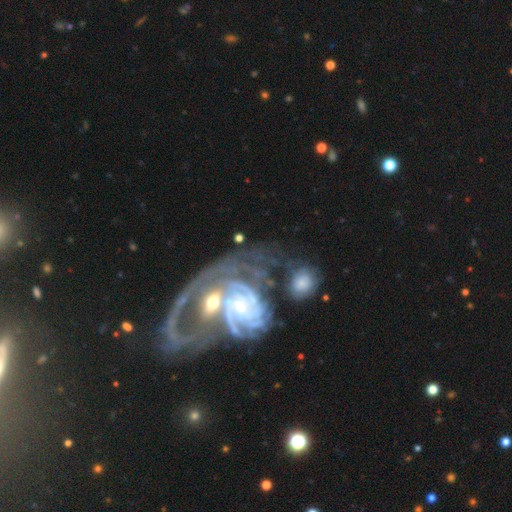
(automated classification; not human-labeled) smooth-or-featured: featured or disk: 80% | smooth: 11% | star or artifact: 9%
  disk-edge-on: no: 97% | yes: 3%
    bar: no: 68% | weak: 22% | strong: 10%
    has-spiral-arms: yes: 79% | no: 21%
      spiral-winding: tight: 50% | medium: 31% | loose: 18%
      spiral-arm-count: can't tell: 37% | 2: 28% | 1: 14% | 3: 10% | 4: 6% | more than 4: 6%
    bulge-size: small: 57% | moderate: 26% | none: 10% | large: 5% | dominant: 3%
  merging: merger: 55% | major disturbance: 20% | none: 16% | minor disturbance: 9%